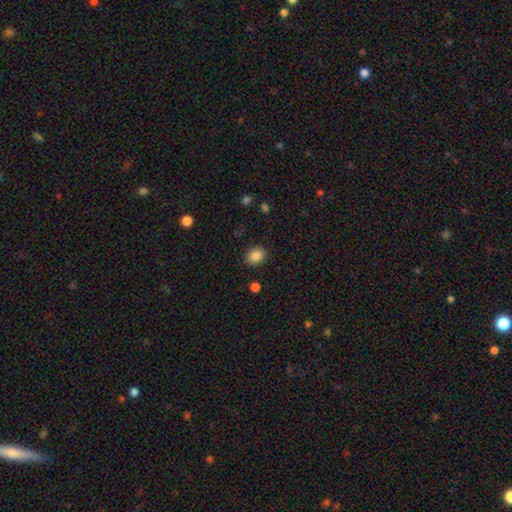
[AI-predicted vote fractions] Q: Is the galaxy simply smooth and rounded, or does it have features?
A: smooth — 85%.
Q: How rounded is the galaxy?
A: round — 67%.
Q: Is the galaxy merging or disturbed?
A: none — 89%.